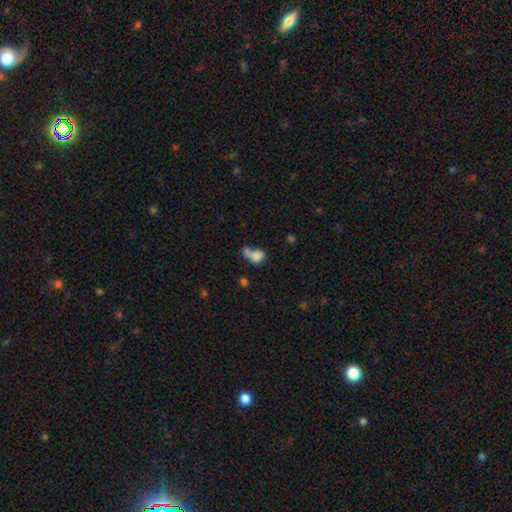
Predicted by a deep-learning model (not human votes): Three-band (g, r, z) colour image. It shows a smooth galaxy with no disk features (75%) that is in between round and cigar-shaped (58%). Merging: merger (53%).